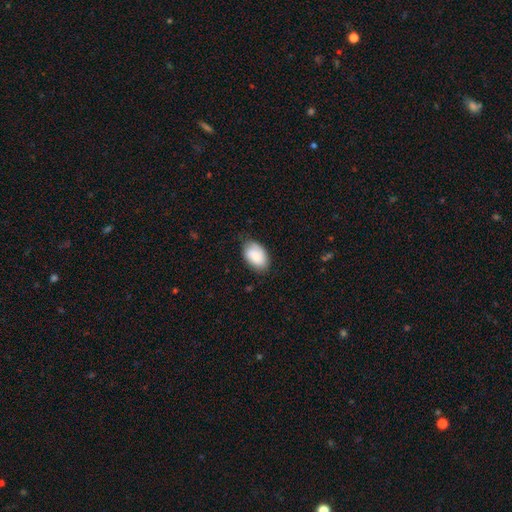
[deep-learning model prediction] Q: Smooth or featured?
A: smooth (83%); runner-up: featured or disk (11%)
Q: How rounded?
A: in between (91%); runner-up: round (8%)
Q: Merging?
A: none (71%); runner-up: minor disturbance (23%)